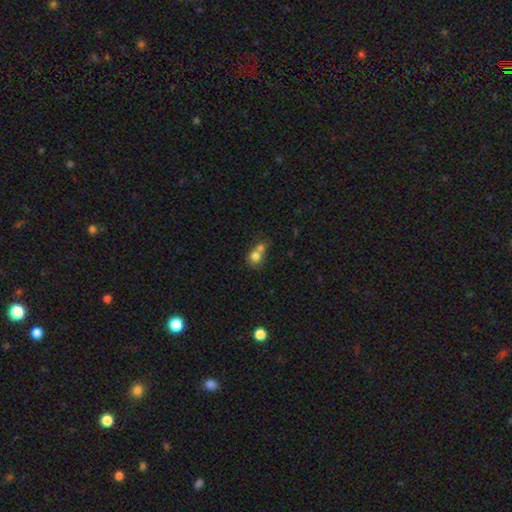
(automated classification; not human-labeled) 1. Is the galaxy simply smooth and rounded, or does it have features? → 75% smooth, 14% featured or disk, 11% star or artifact.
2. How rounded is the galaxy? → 74% round, 25% in between, 1% cigar-shaped.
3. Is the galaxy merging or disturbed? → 60% merger, 29% none, 7% minor disturbance, 4% major disturbance.